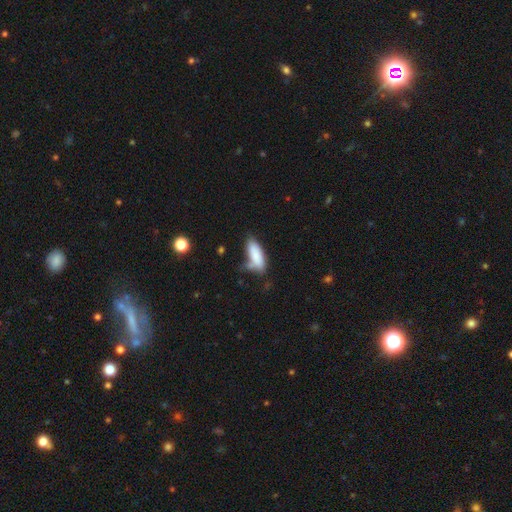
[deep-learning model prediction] The model was most divided on "merging": none: 47%, minor disturbance: 29%, merger: 13%, major disturbance: 11%. More confident: smooth or featured — smooth (82%); how rounded — in between (72%).